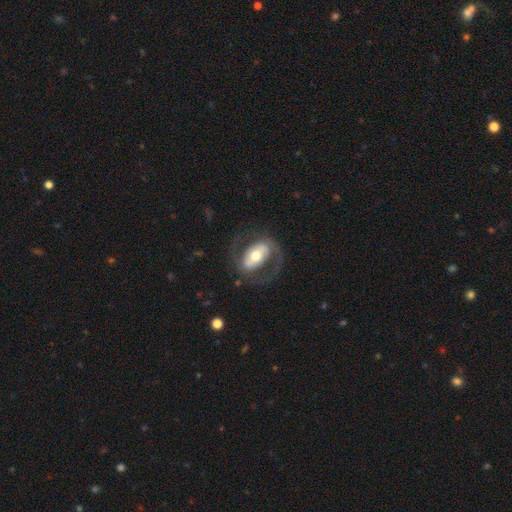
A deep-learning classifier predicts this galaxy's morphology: This is likely a featured or disk galaxy (72%). It is clearly not viewed edge-on (94%). Bar: possibly strong (46%). Spiral arm pattern: likely yes (74%). Central bulge: likely moderate (65%). Merging: likely none (70%).